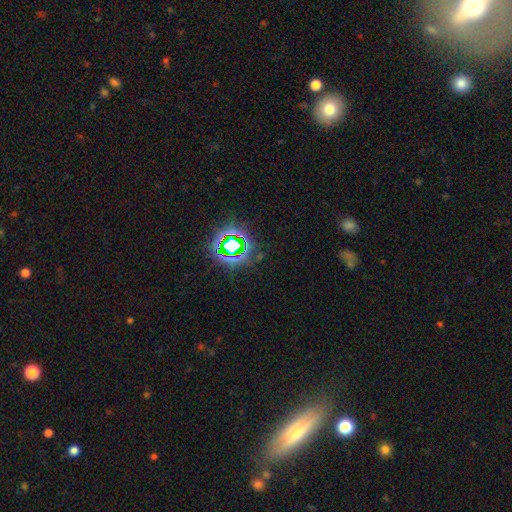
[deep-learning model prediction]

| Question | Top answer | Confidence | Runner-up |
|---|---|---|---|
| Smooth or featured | star or artifact | 76% | smooth (15%) |